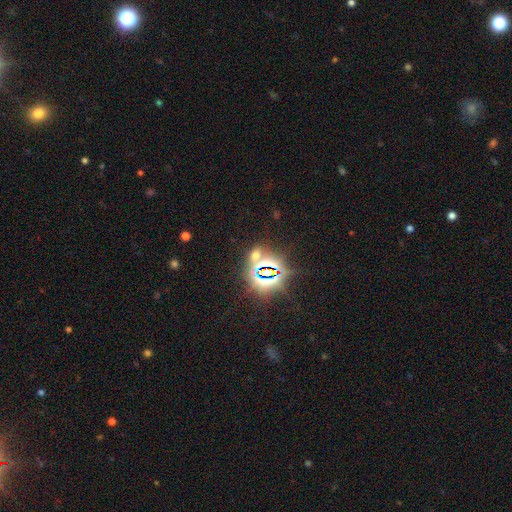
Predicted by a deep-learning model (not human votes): smooth_or_featured: star or artifact (p=0.67) [alt: smooth p=0.26]